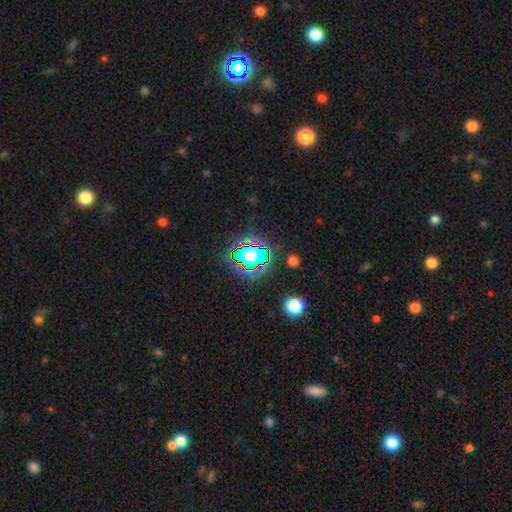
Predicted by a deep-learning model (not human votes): star or artifact 54%, smooth 31%, featured or disk 15%.